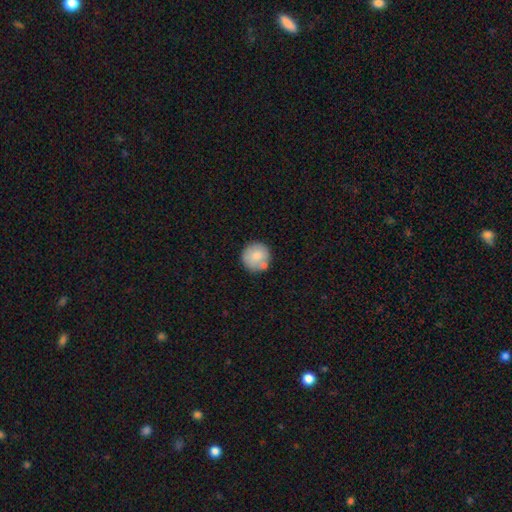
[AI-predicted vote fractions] Smooth or featured? smooth (80%)
How rounded? round (94%)
Merging? none (75%)